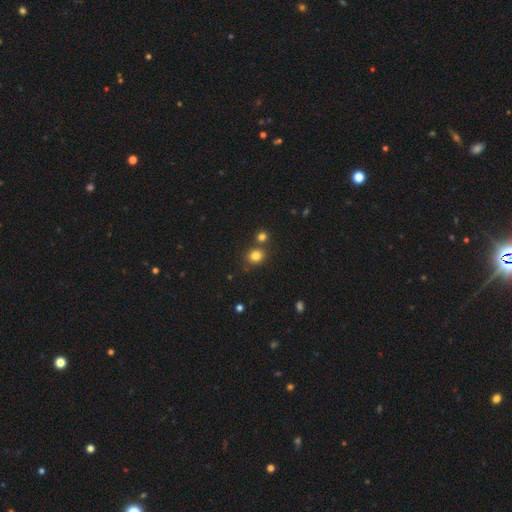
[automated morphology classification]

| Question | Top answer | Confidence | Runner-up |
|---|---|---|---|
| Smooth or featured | smooth | 81% | star or artifact (13%) |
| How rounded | round | 78% | in between (21%) |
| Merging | none | 71% | merger (16%) |